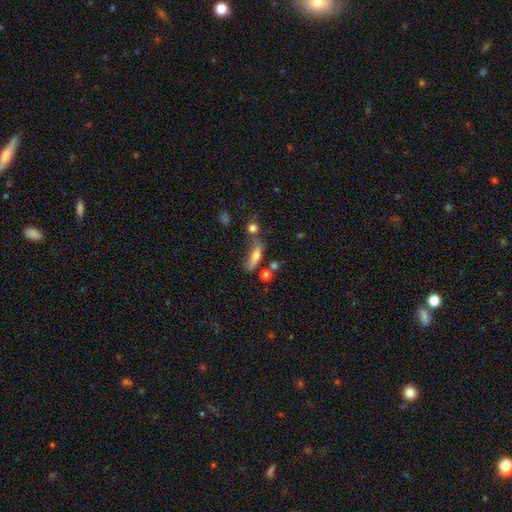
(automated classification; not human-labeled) Smooth or featured? Predicted: smooth (p=0.64). How rounded? Predicted: cigar-shaped (p=0.48). Merging? Predicted: none (p=0.36).